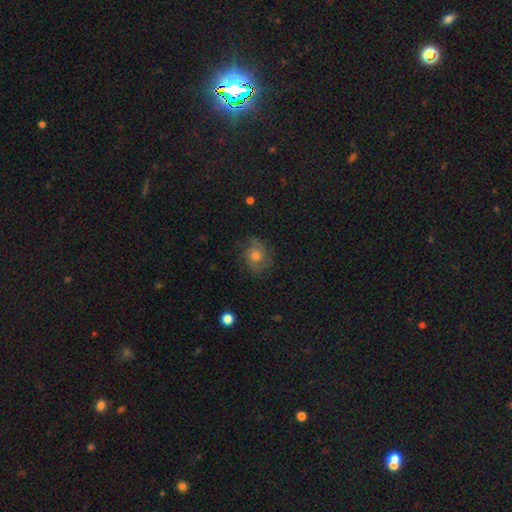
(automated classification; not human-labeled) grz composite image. It shows a featured or disk galaxy (48%). Merging: none (72%).